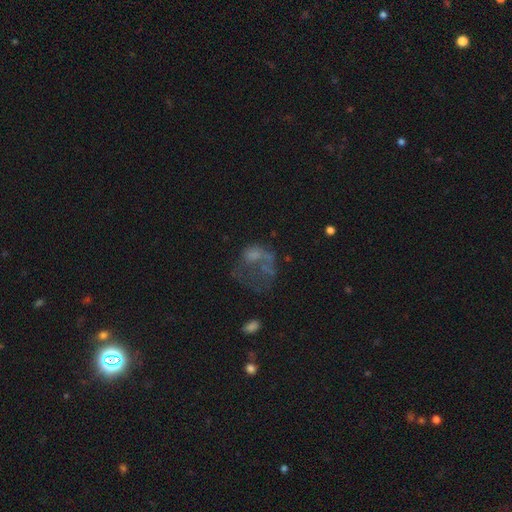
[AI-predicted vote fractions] Smooth or featured?
  - featured or disk: 44% *
  - smooth: 37%
  - star or artifact: 19%
Merging?
  - major disturbance: 51% *
  - none: 24%
  - minor disturbance: 14%
  - merger: 11%